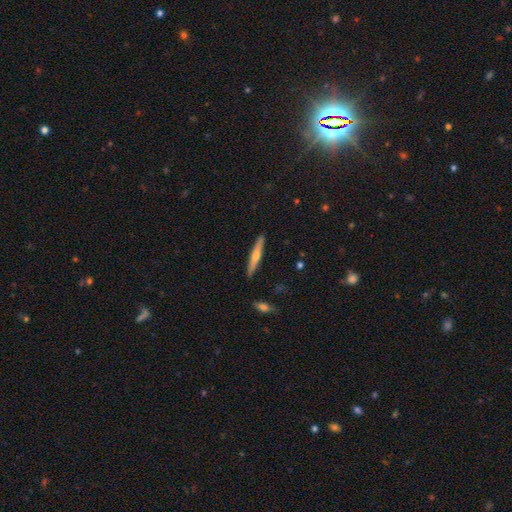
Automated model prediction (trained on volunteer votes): This is possibly a featured or disk galaxy (55%). It is clearly viewed edge-on (96%). Edge-on bulge: clearly rounded (86%). Merging: clearly none (91%).